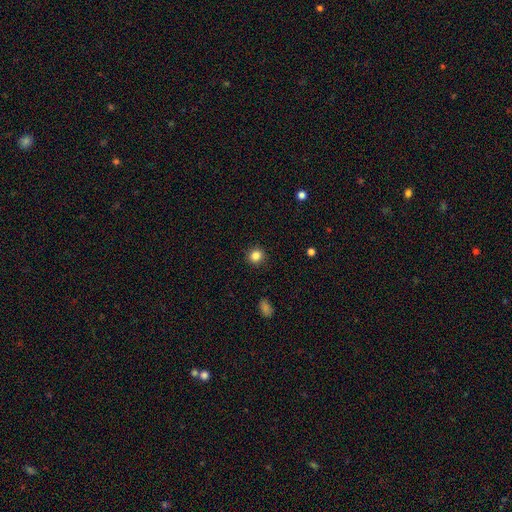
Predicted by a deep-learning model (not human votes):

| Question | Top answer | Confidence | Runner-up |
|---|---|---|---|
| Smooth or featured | smooth | 84% | star or artifact (11%) |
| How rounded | round | 89% | in between (10%) |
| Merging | none | 91% | minor disturbance (6%) |